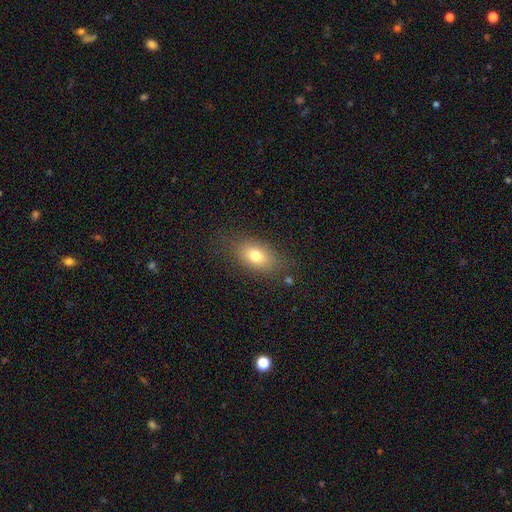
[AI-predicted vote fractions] smooth 74%, featured or disk 15%, star or artifact 11%. Down the decision tree: how rounded — in between (81%); merging — none (78%).